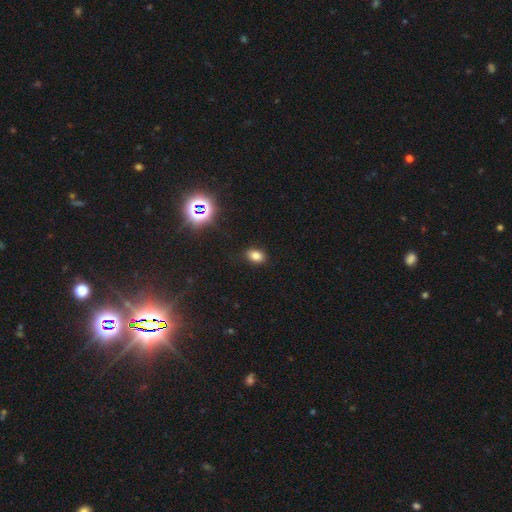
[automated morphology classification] A smooth galaxy with no disk features (80%) that is in between round and cigar-shaped (77%). Merging: none (88%).